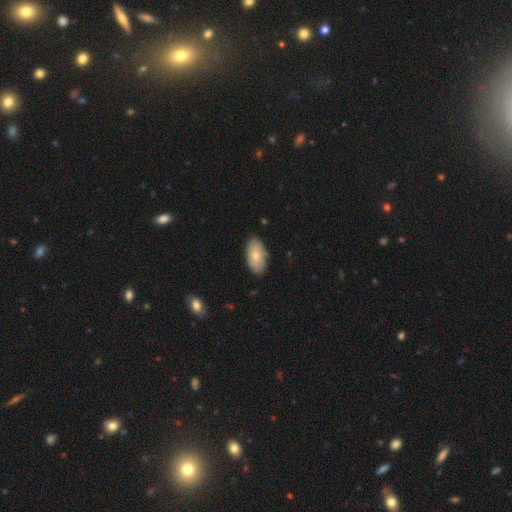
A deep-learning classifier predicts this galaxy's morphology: smooth 74%, featured or disk 20%, star or artifact 6%. Down the decision tree: how rounded — in between (94%); merging — none (85%).